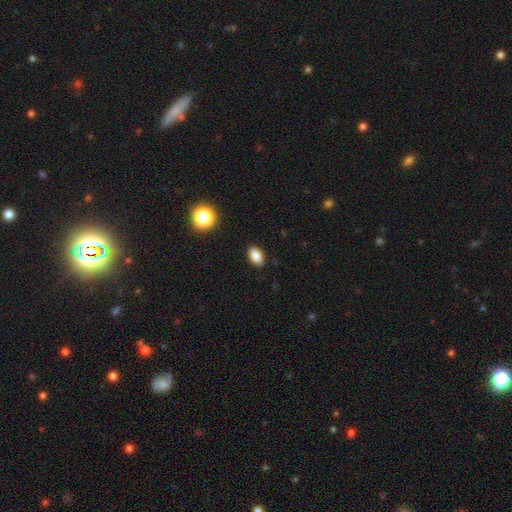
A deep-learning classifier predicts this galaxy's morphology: This appears to be a smooth galaxy with no disk features (86%) that is in between round and cigar-shaped (89%). Merging: none (88%).